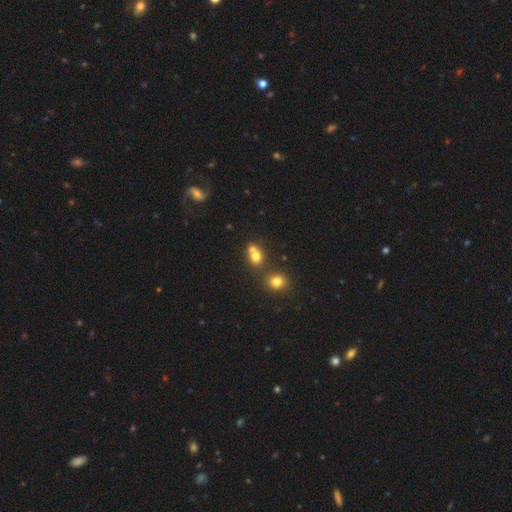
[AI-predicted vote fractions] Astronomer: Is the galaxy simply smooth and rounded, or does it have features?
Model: smooth — 72%.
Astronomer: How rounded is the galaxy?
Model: round — 63%.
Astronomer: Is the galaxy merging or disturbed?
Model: merger — 51% (runner-up: none, 37%).